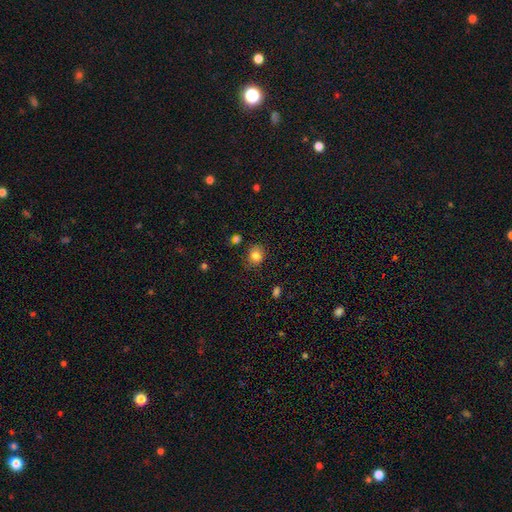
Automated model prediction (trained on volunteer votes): Smooth or featured? Predicted: smooth (p=0.82). How rounded? Predicted: round (p=0.72). Merging? Predicted: none (p=0.79).